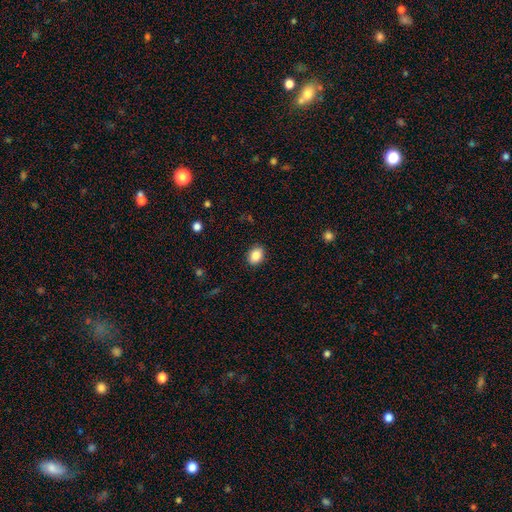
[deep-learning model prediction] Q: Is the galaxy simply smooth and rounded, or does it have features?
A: smooth — 86%.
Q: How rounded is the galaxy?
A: in between — 66%.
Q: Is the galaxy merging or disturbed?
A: none — 89%.